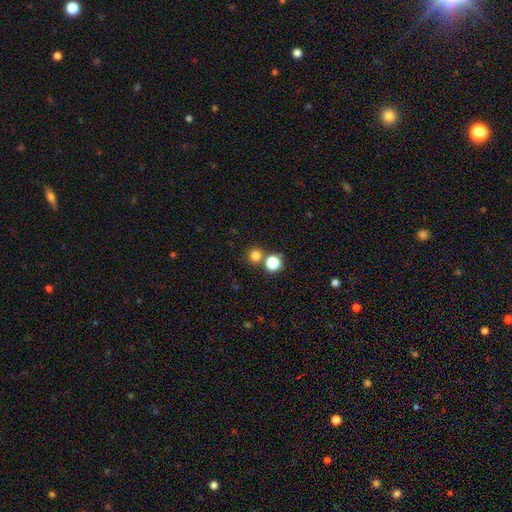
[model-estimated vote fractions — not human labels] The model was most divided on "merging": none: 73%, merger: 19%, minor disturbance: 6%, major disturbance: 3%. More confident: how rounded — round (93%); smooth or featured — smooth (78%).